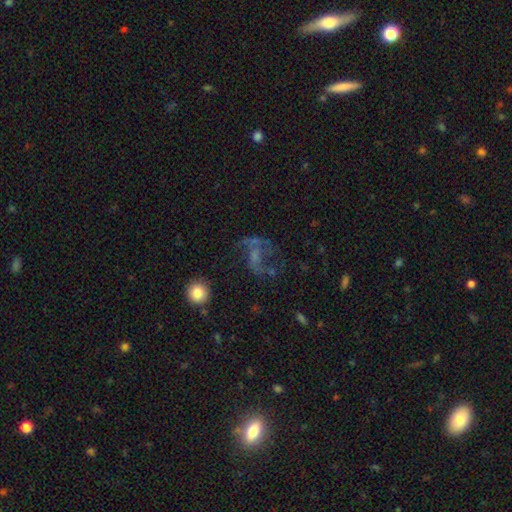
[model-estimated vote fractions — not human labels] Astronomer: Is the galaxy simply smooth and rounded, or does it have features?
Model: featured or disk — 58%.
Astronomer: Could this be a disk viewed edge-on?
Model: no — 97%.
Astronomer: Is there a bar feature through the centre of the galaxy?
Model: no — 65%.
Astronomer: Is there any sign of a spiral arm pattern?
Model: yes — 61% (runner-up: no, 39%).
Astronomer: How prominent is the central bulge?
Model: none — 48% (runner-up: small, 29%).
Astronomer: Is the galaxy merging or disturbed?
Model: major disturbance — 40% (runner-up: none, 38%).